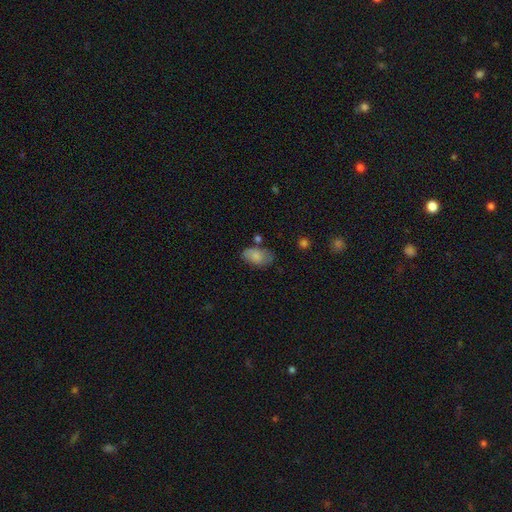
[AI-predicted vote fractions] Smooth or featured?
  - smooth: 77% *
  - featured or disk: 16%
  - star or artifact: 8%
How rounded?
  - in between: 92% *
  - round: 7%
  - cigar-shaped: 2%
Merging?
  - none: 57% *
  - minor disturbance: 27%
  - major disturbance: 9%
  - merger: 7%